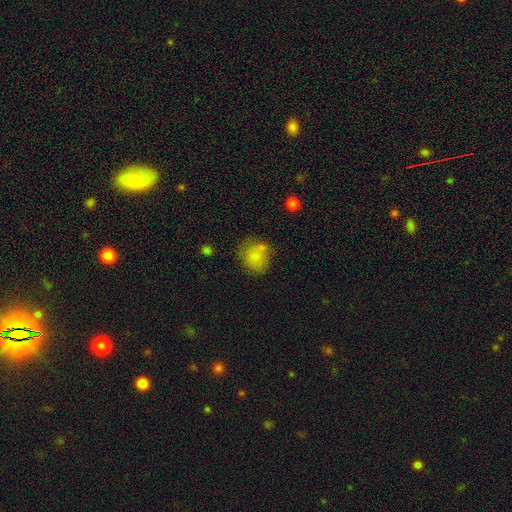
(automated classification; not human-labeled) This appears to be a smooth galaxy with no disk features (77%) that is round (70%). Merging: none (50%).